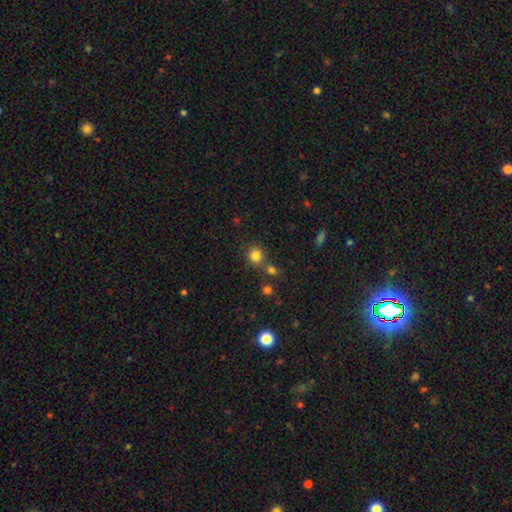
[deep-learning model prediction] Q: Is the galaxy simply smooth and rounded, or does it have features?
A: smooth — 81%.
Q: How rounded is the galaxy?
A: round — 82%.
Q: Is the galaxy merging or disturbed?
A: none — 68%.